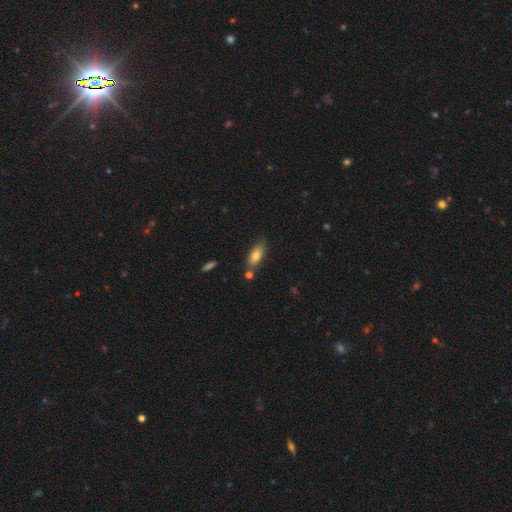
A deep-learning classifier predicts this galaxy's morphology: A smooth galaxy with no disk features (77%) that is in between round and cigar-shaped (78%). Merging: none (73%).